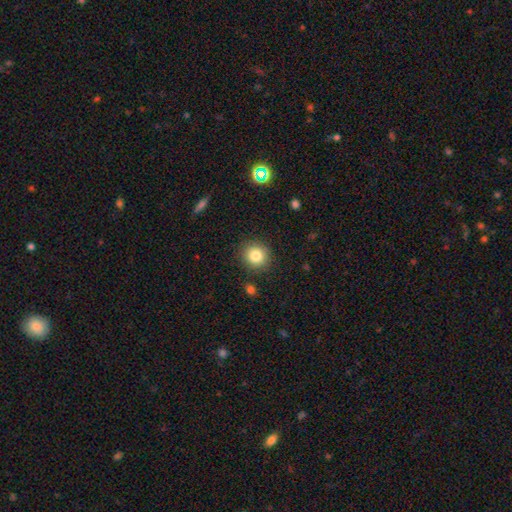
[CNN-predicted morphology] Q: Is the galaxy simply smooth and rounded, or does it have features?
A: smooth — 83%.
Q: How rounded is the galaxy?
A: round — 89%.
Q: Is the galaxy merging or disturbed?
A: none — 88%.